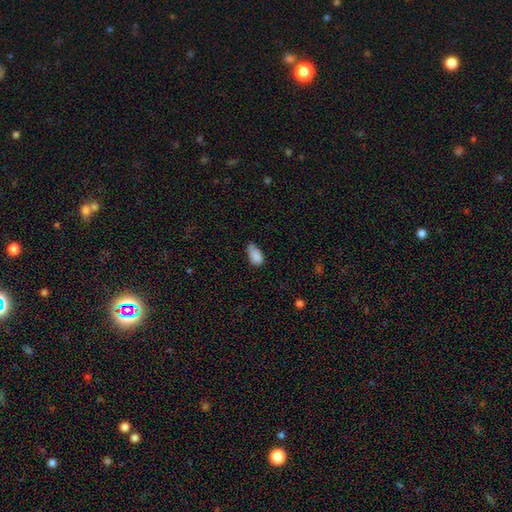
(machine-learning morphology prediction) This is clearly a smooth galaxy (86%). How rounded: clearly in between (92%). Merging: possibly none (49%).